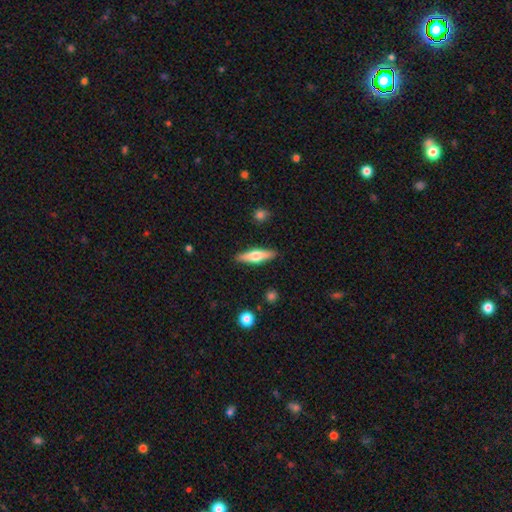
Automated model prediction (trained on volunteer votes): Q: Smooth or featured?
A: smooth (48%); runner-up: featured or disk (46%)
Q: Merging?
A: none (89%); runner-up: minor disturbance (8%)